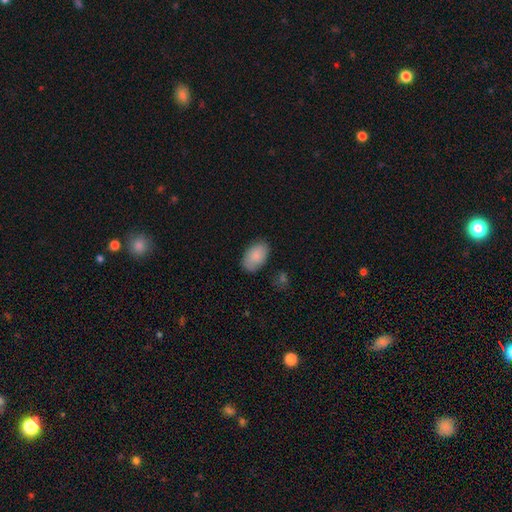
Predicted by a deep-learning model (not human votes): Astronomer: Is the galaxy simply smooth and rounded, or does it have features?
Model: smooth — 85%.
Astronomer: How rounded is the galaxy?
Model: in between — 93%.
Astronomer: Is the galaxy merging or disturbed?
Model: none — 77%.